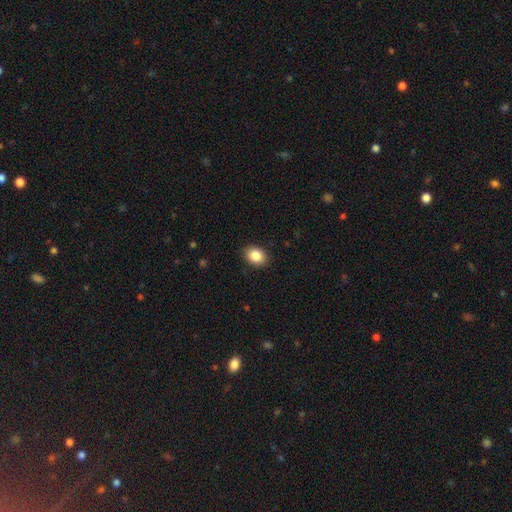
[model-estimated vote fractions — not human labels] Smooth or featured: smooth — 86% (star or artifact — 8%)
How rounded: in between — 65% (round — 34%)
Merging: none — 89% (minor disturbance — 8%)